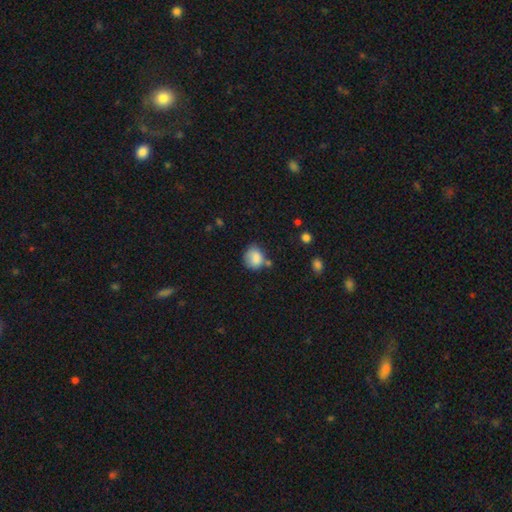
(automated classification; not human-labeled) Smooth or featured?
  - smooth: 82% *
  - star or artifact: 9%
  - featured or disk: 9%
How rounded?
  - round: 66% *
  - in between: 33%
  - cigar-shaped: 1%
Merging?
  - none: 56% *
  - minor disturbance: 26%
  - merger: 10%
  - major disturbance: 8%